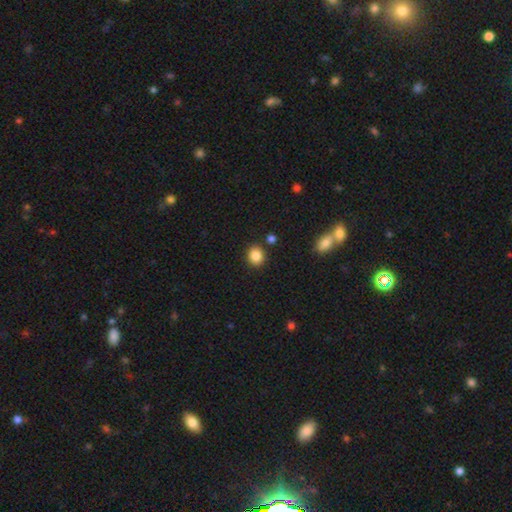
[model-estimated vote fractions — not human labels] Overall: smooth (86%). How rounded: round (79%). Merging: none (87%).